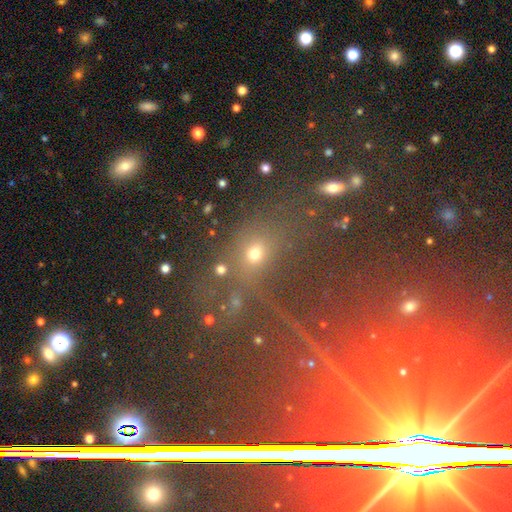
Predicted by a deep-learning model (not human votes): star or artifact 72%, smooth 16%, featured or disk 12%.